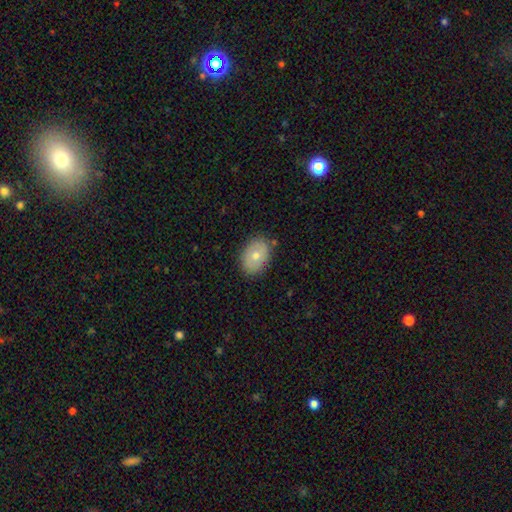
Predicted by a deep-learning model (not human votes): Smooth or featured? Predicted: smooth (p=0.66). How rounded? Predicted: in between (p=0.76). Merging? Predicted: none (p=0.83).